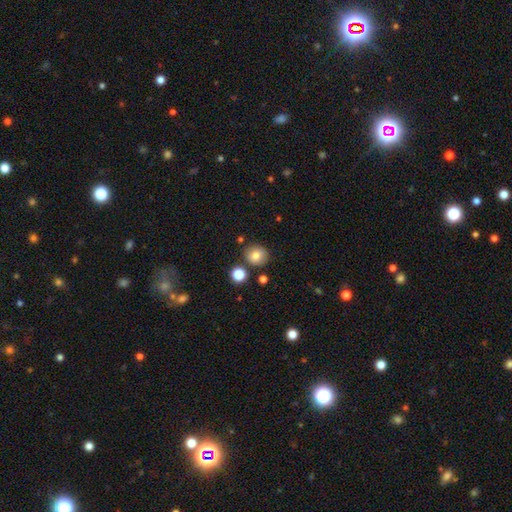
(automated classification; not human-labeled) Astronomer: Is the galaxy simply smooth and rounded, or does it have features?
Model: smooth — 80%.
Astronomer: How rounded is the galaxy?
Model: round — 85%.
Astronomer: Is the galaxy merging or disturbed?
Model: none — 82%.